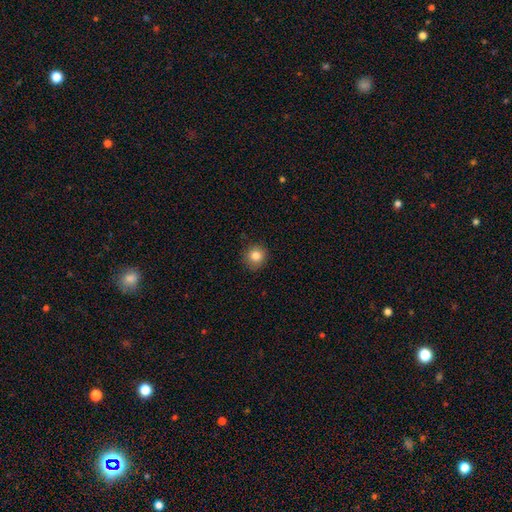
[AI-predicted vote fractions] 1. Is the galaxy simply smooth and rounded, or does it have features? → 83% smooth, 11% star or artifact, 6% featured or disk.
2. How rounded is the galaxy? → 92% round, 7% in between, 1% cigar-shaped.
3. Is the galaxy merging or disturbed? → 89% none, 8% minor disturbance, 2% major disturbance, 1% merger.